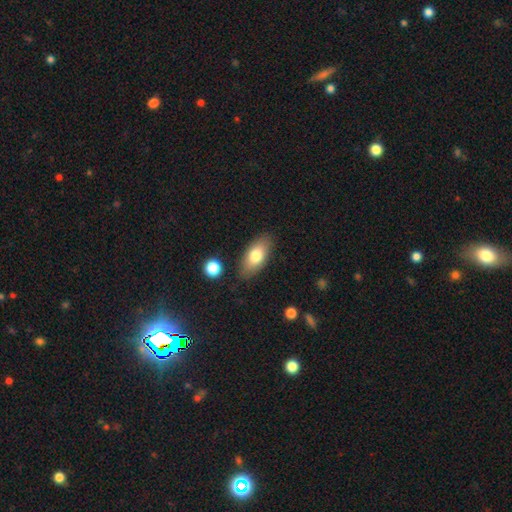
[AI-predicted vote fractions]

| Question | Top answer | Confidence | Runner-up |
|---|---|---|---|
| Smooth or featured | smooth | 76% | featured or disk (17%) |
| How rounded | in between | 88% | cigar-shaped (8%) |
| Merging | none | 82% | minor disturbance (13%) |